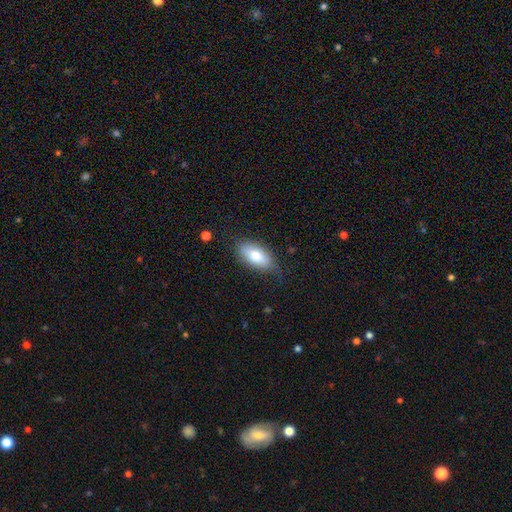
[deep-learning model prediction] A smooth galaxy with no disk features (73%) that is in between round and cigar-shaped (88%). Merging: none (75%).